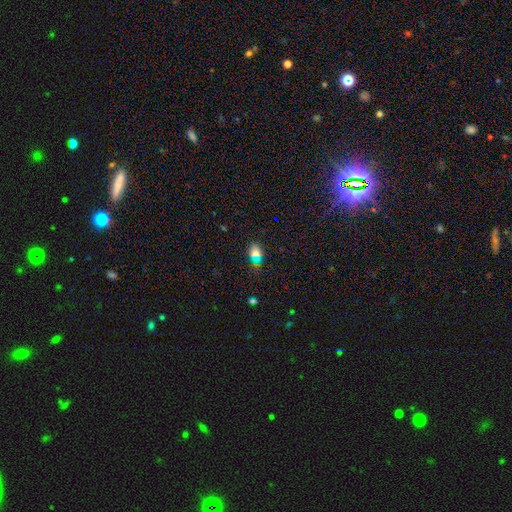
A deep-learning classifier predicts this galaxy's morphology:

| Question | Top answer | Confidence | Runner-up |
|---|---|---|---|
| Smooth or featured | smooth | 69% | star or artifact (20%) |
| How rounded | in between | 80% | round (14%) |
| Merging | none | 64% | minor disturbance (24%) |